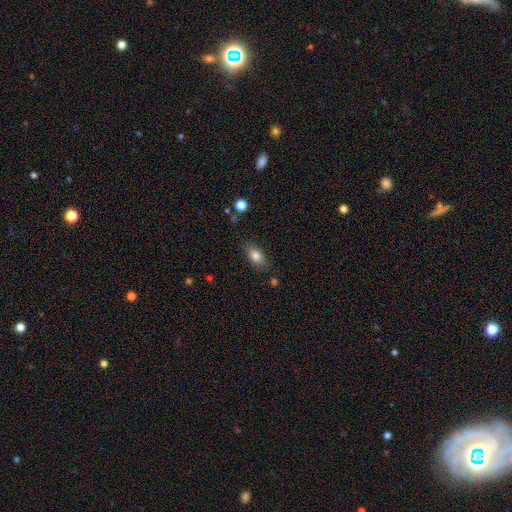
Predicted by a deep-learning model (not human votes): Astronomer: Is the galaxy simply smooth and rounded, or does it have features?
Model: smooth — 81%.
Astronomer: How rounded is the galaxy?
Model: in between — 87%.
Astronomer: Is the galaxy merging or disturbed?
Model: none — 80%.